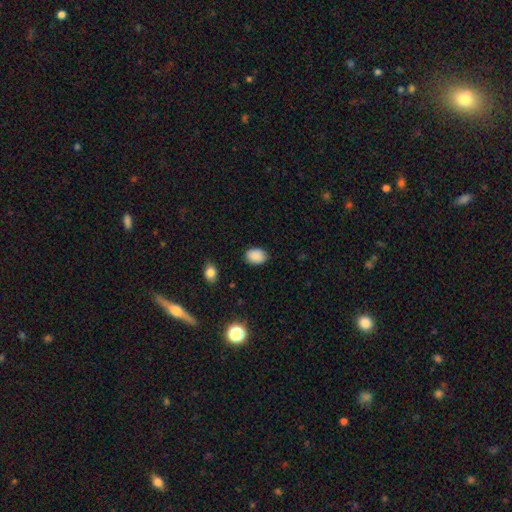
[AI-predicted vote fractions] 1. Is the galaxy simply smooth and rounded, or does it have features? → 88% smooth, 8% star or artifact, 4% featured or disk.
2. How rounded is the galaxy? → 74% in between, 25% round, 1% cigar-shaped.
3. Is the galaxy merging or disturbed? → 84% none, 13% minor disturbance, 2% major disturbance, 1% merger.